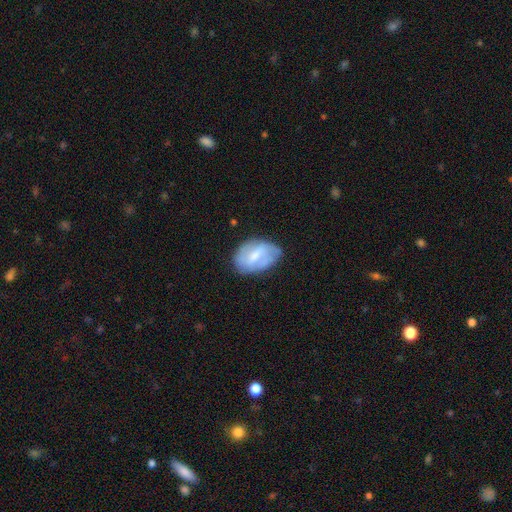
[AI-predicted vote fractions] Morphology: type=featured or disk (48%); merging=none (64%).